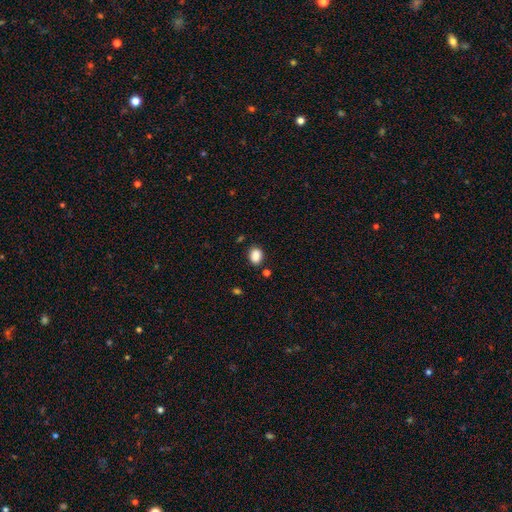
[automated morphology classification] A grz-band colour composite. It shows a smooth galaxy with no disk features (87%) that is in between round and cigar-shaped (64%). Merging: none (82%).